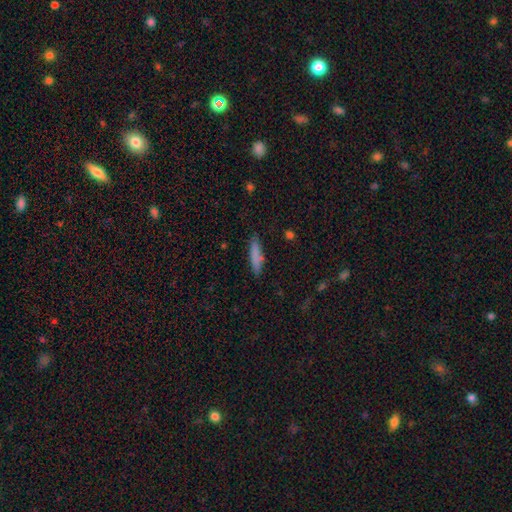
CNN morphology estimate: This appears to be a smooth galaxy with no disk features (81%) that is cigar-shaped (79%). Merging: none (82%).